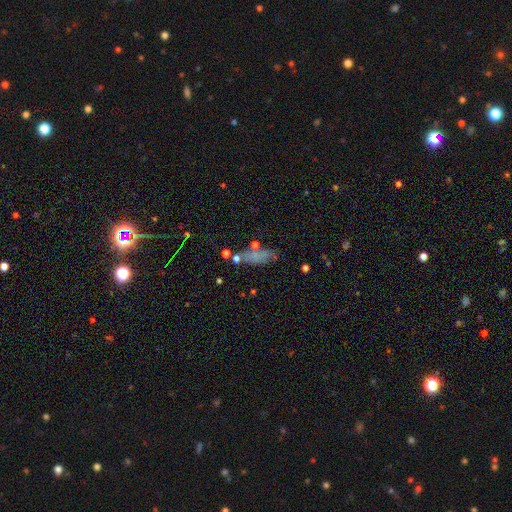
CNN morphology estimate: smooth 65%, featured or disk 19%, star or artifact 17%. Down the decision tree: how rounded — in between (61%); merging — none (62%).